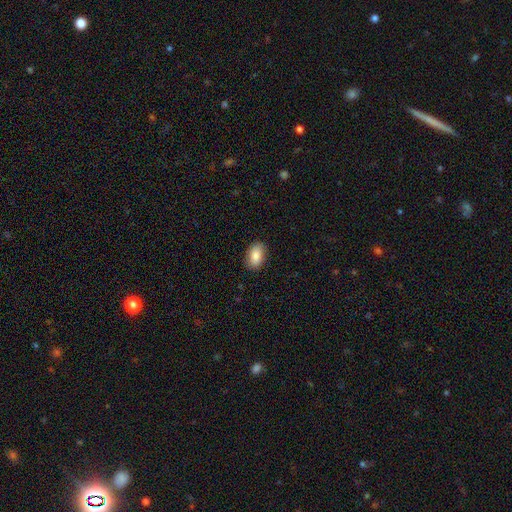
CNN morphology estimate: The model was most divided on "merging": none: 87%, minor disturbance: 10%, major disturbance: 2%, merger: 1%. More confident: how rounded — in between (91%); smooth or featured — smooth (86%).